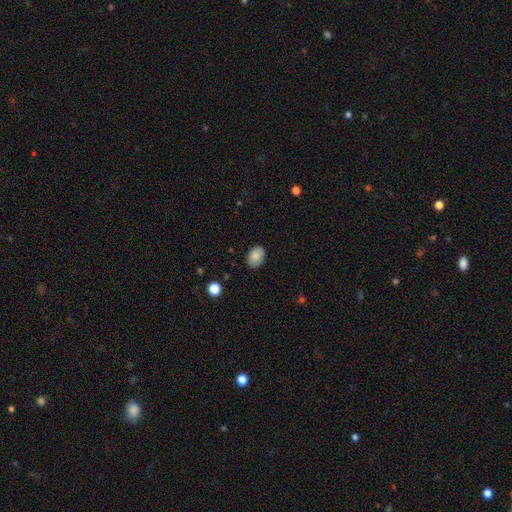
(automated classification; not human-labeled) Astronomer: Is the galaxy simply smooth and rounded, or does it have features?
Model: smooth — 85%.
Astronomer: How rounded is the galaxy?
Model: in between — 78%.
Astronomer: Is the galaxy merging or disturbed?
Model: none — 83%.